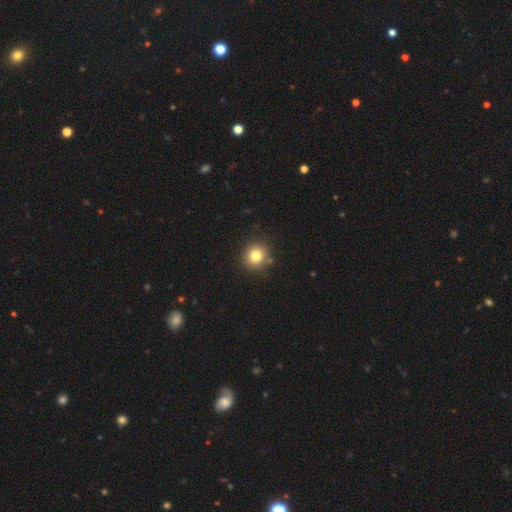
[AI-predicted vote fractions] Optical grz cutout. It shows a smooth galaxy with no disk features (80%) that is round (89%). Merging: none (87%).